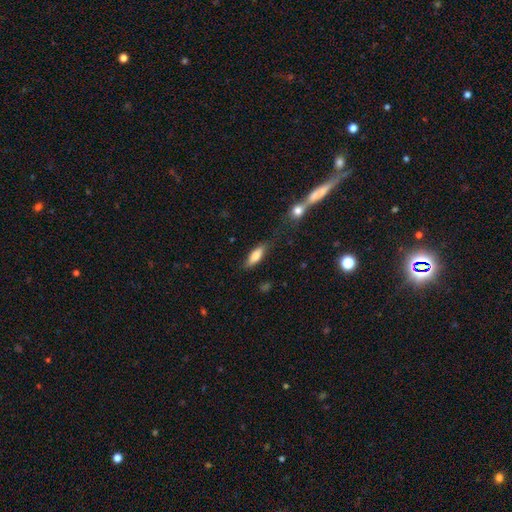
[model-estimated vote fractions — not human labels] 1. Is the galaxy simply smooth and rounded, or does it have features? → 77% smooth, 17% featured or disk, 7% star or artifact.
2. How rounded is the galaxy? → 61% in between, 37% cigar-shaped, 2% round.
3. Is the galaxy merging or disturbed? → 73% none, 18% minor disturbance, 5% major disturbance, 4% merger.